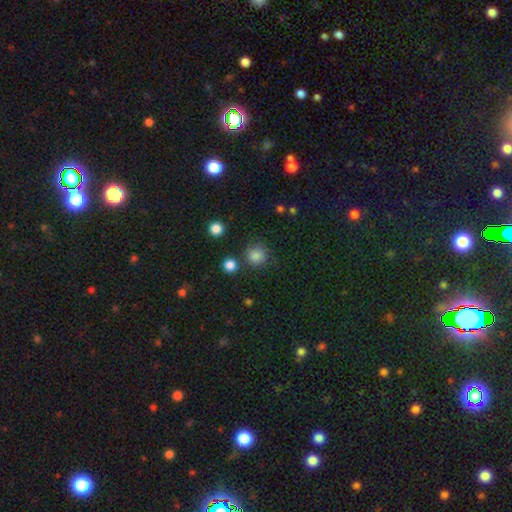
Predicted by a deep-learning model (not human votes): Smooth or featured? smooth (84%)
How rounded? round (90%)
Merging? none (78%)